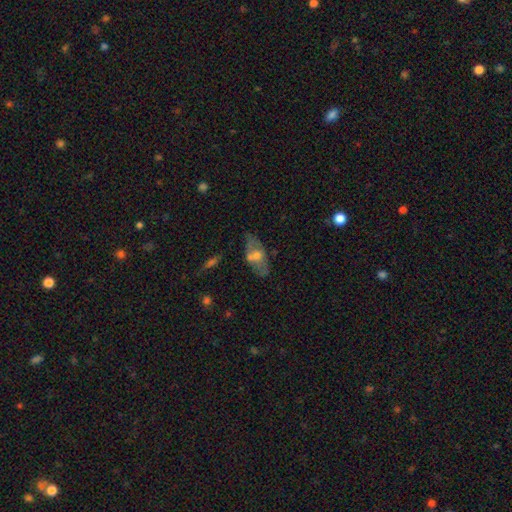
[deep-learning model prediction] Smooth or featured? featured or disk (47%)
Merging? none (58%)